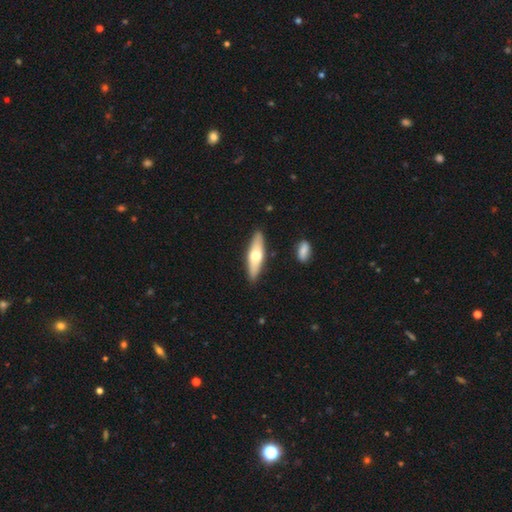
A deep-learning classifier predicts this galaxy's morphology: This appears to be a smooth galaxy with no disk features (53%) that is cigar-shaped (63%). Merging: none (88%).